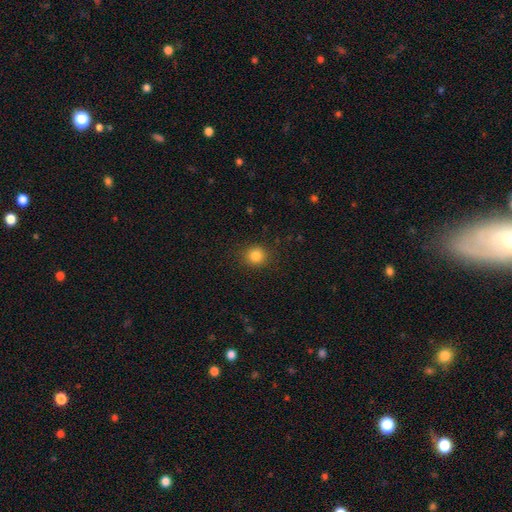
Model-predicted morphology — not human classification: smooth-or-featured: smooth: 83% | star or artifact: 12% | featured or disk: 5%
  how-rounded: round: 87% | in between: 12% | cigar-shaped: 1%
  merging: none: 89% | minor disturbance: 7% | major disturbance: 3% | merger: 1%